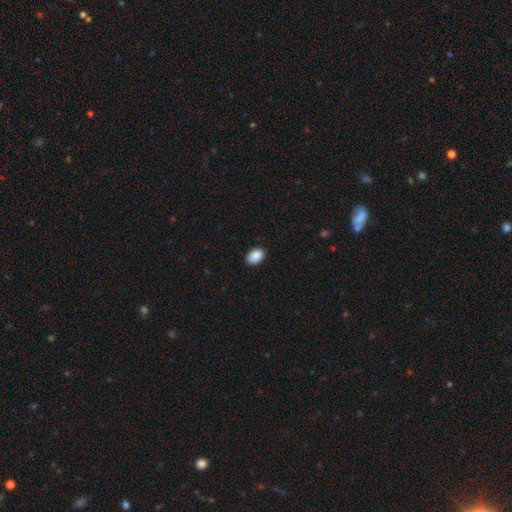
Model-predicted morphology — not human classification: Overall: smooth (89%). How rounded: in between (76%). Merging: none (87%).